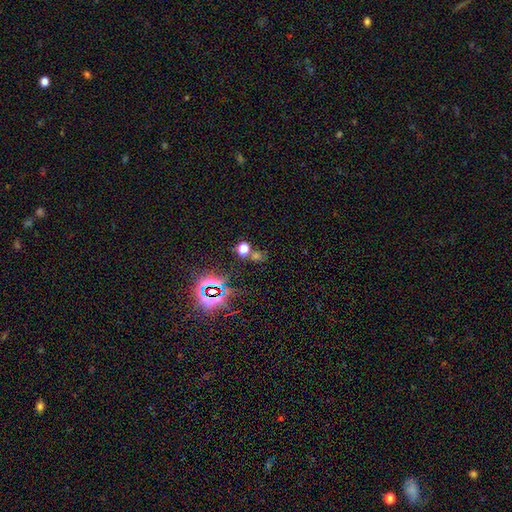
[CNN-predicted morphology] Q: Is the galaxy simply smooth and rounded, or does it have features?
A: star or artifact — 59%.